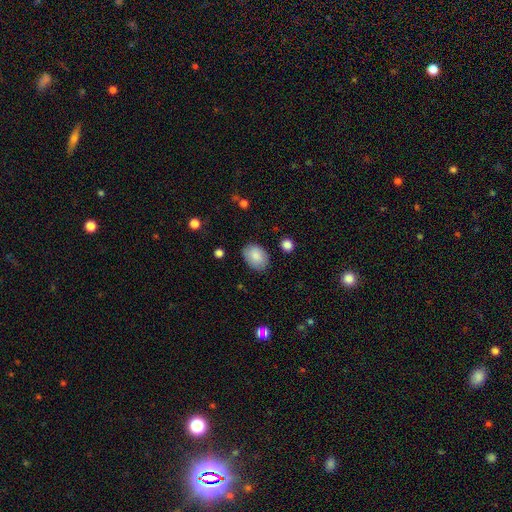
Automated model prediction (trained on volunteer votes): A smooth galaxy with no disk features (86%) that is in between round and cigar-shaped (79%). Merging: none (82%).